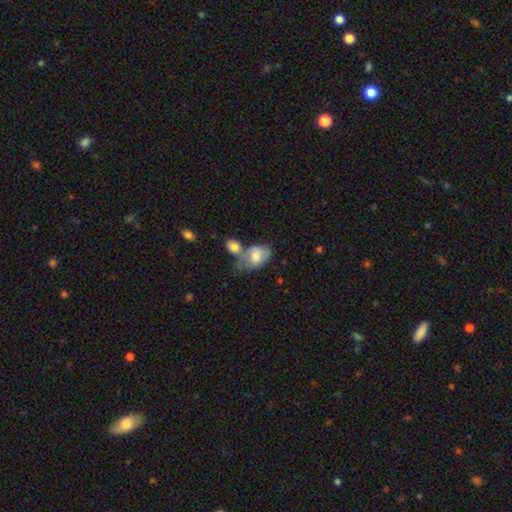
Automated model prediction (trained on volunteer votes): This appears to be a smooth galaxy with no disk features (67%) that is in between round and cigar-shaped (84%). Merging: merger (46%).